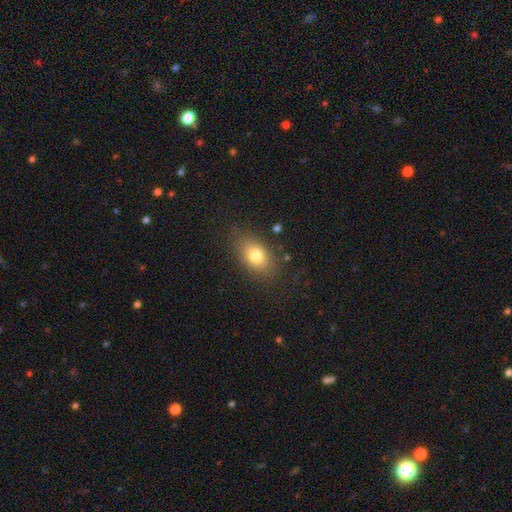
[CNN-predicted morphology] A smooth galaxy with no disk features (78%) that is in between round and cigar-shaped (83%).

Vote fractions:
- Smooth or featured? smooth: 78% / featured or disk: 13% / star or artifact: 10%
- How rounded? in between: 83% / round: 14% / cigar-shaped: 2%
- Merging? none: 81% / minor disturbance: 13% / major disturbance: 5% / merger: 2%